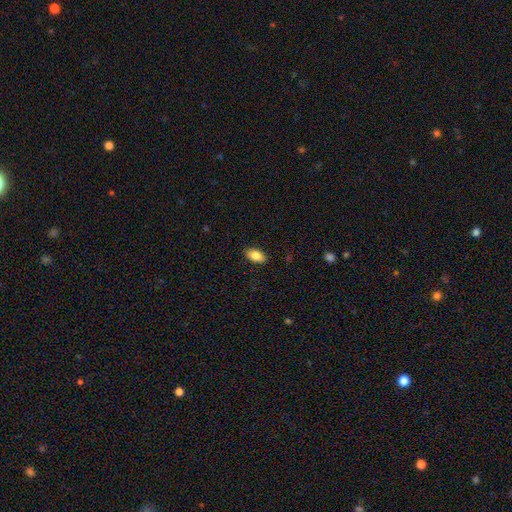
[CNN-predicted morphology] Smooth or featured?
  - smooth: 83% *
  - featured or disk: 9%
  - star or artifact: 7%
How rounded?
  - in between: 92% *
  - round: 5%
  - cigar-shaped: 3%
Merging?
  - none: 89% *
  - minor disturbance: 9%
  - major disturbance: 2%
  - merger: 1%